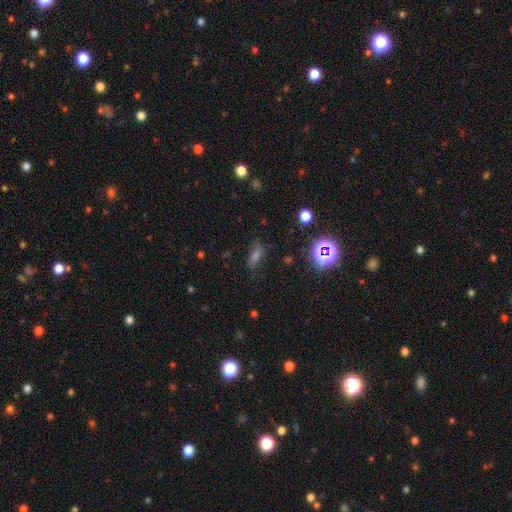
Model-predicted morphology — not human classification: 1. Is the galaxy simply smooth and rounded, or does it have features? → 42% smooth, 32% star or artifact, 26% featured or disk.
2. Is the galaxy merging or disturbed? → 69% none, 20% minor disturbance, 9% major disturbance, 2% merger.